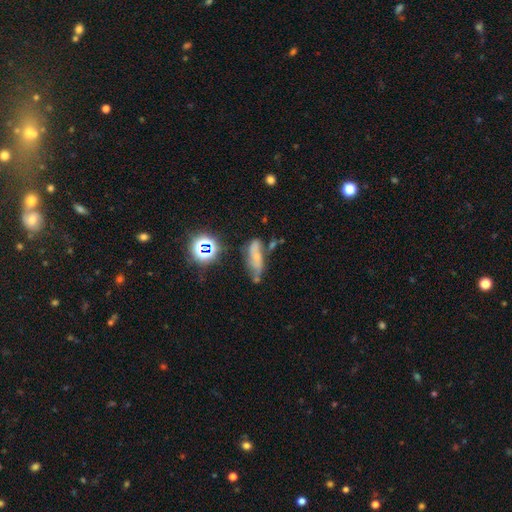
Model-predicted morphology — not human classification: A featured or disk galaxy (43%). Merging: none (40%).